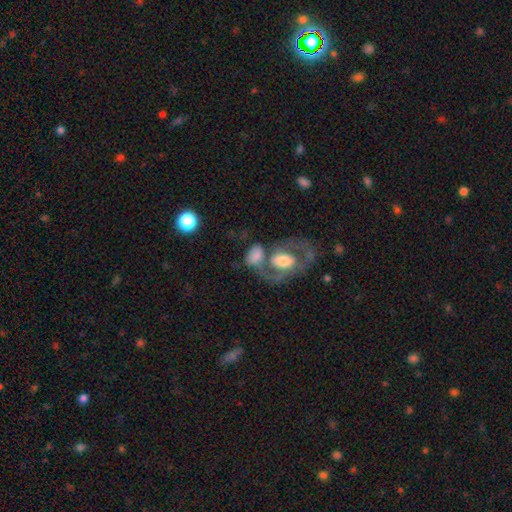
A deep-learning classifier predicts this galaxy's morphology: Smooth or featured: smooth — 49% (featured or disk — 42%)
Merging: merger — 45% (none — 28%)